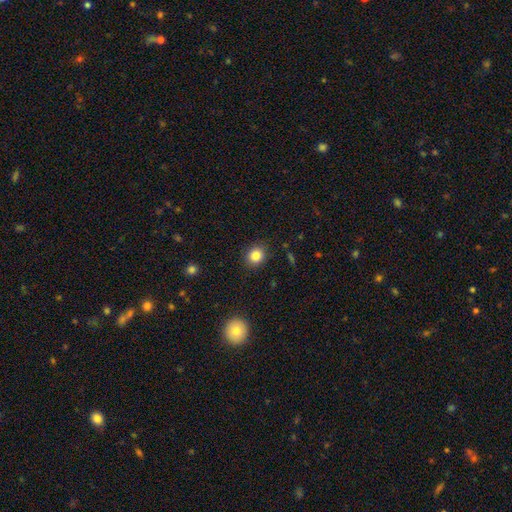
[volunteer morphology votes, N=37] Volunteers were most divided on "how rounded": round: 74%, in between: 26%, cigar-shaped: 0%. More confident: merging — none (97%); smooth or featured — smooth (92%).